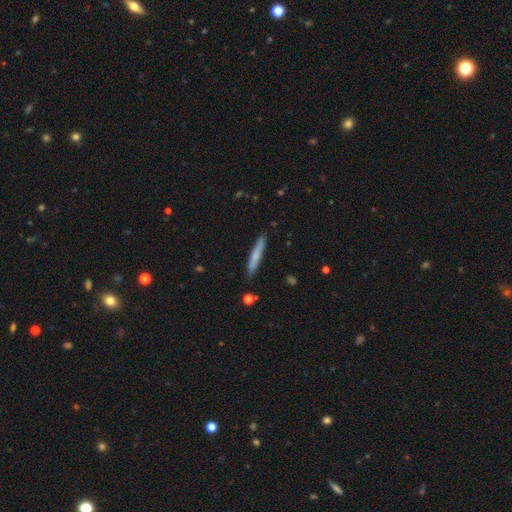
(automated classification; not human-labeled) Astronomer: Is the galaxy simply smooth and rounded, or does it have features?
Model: smooth — 68%.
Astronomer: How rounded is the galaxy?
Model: cigar-shaped — 94%.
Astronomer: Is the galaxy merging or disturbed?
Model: none — 88%.